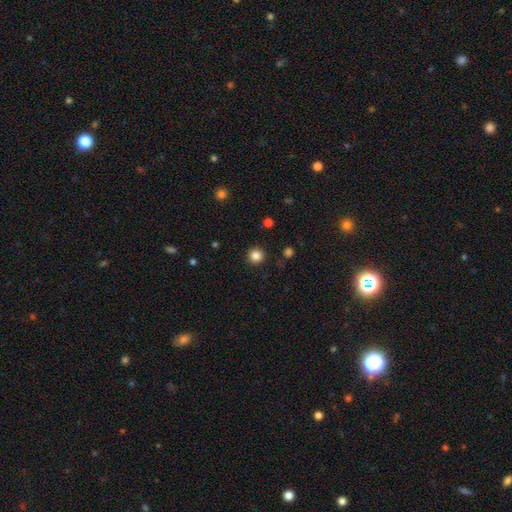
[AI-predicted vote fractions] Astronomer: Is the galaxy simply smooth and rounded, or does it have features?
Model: smooth — 85%.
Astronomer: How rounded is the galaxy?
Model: round — 95%.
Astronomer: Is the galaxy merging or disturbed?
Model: none — 91%.